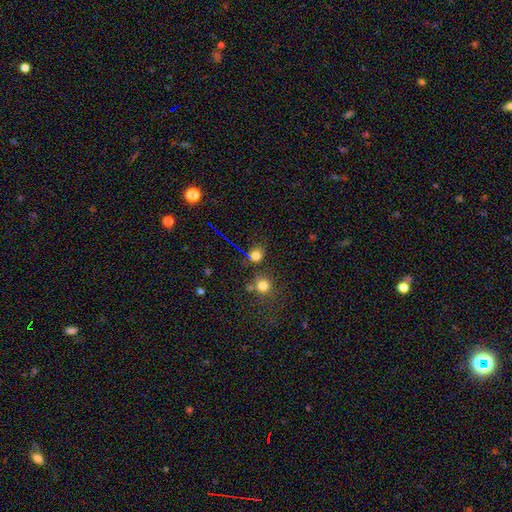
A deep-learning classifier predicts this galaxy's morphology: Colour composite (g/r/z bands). It shows a smooth galaxy with no disk features (71%) that is round (76%). Merging: none (67%).